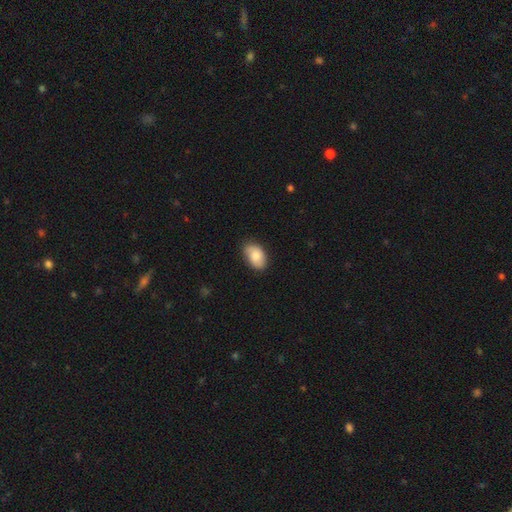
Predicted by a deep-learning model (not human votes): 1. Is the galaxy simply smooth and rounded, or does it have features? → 82% smooth, 11% featured or disk, 6% star or artifact.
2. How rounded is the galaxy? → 91% in between, 8% round, 1% cigar-shaped.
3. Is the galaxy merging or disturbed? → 77% none, 18% minor disturbance, 3% major disturbance, 1% merger.